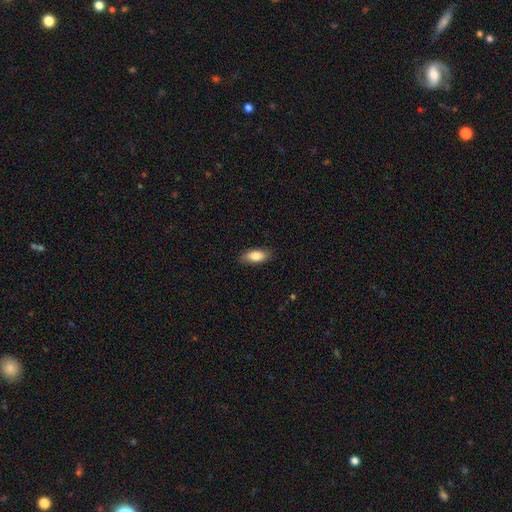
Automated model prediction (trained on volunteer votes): This is clearly a smooth galaxy (84%). How rounded: clearly in between (84%). Merging: clearly none (86%).